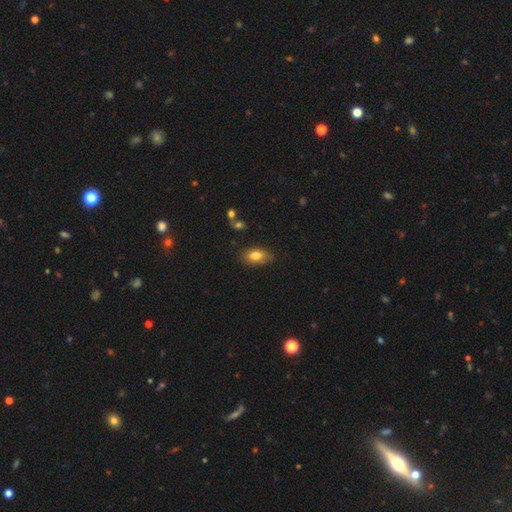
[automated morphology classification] A smooth galaxy with no disk features (81%) that is in between round and cigar-shaped (89%).

Vote fractions:
- Smooth or featured? smooth: 81% / featured or disk: 11% / star or artifact: 8%
- How rounded? in between: 89% / round: 7% / cigar-shaped: 3%
- Merging? none: 79% / minor disturbance: 16% / major disturbance: 3% / merger: 2%